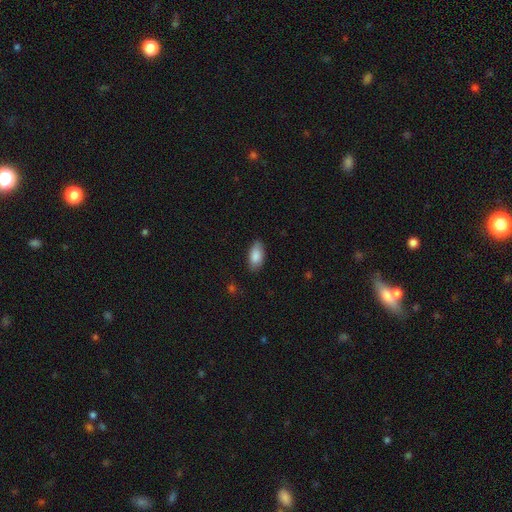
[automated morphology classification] A smooth galaxy with no disk features (86%) that is in between round and cigar-shaped (93%).

Vote fractions:
- Smooth or featured? smooth: 86% / featured or disk: 7% / star or artifact: 6%
- How rounded? in between: 93% / cigar-shaped: 4% / round: 3%
- Merging? none: 82% / minor disturbance: 14% / major disturbance: 3% / merger: 1%